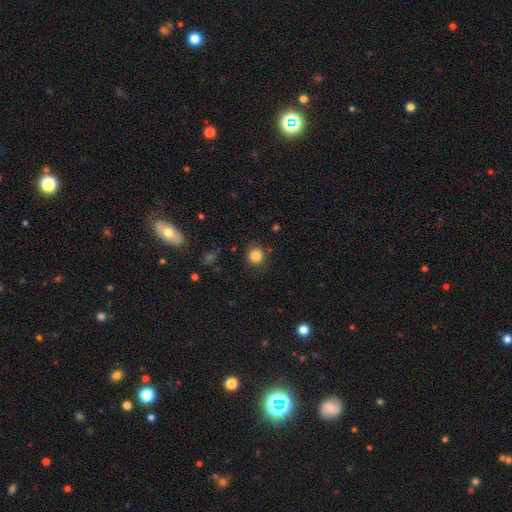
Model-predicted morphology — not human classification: A smooth galaxy with no disk features (84%) that is round (87%).

Vote fractions:
- Smooth or featured? smooth: 84% / star or artifact: 11% / featured or disk: 4%
- How rounded? round: 87% / in between: 12% / cigar-shaped: 1%
- Merging? none: 85% / minor disturbance: 10% / major disturbance: 3% / merger: 2%